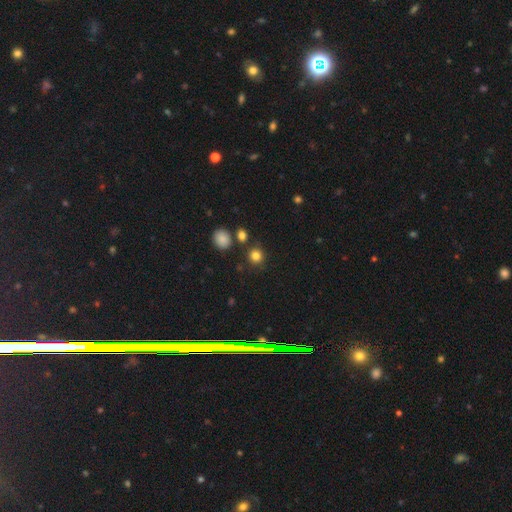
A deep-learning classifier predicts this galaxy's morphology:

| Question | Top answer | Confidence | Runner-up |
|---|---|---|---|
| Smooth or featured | smooth | 83% | star or artifact (13%) |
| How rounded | round | 90% | in between (9%) |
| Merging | none | 83% | minor disturbance (7%) |